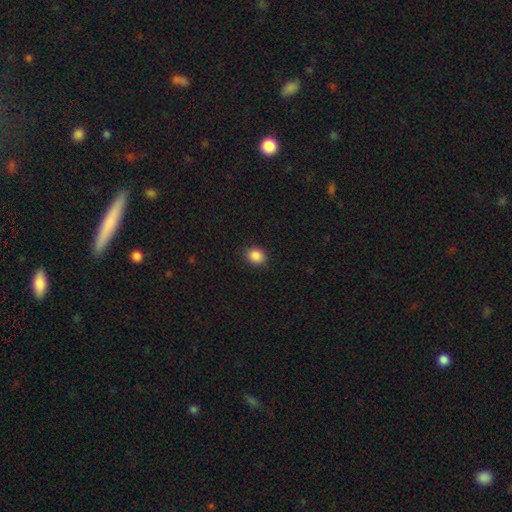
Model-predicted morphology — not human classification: Overall: smooth (87%). How rounded: round (63%; in between 36%). Merging: none (88%).